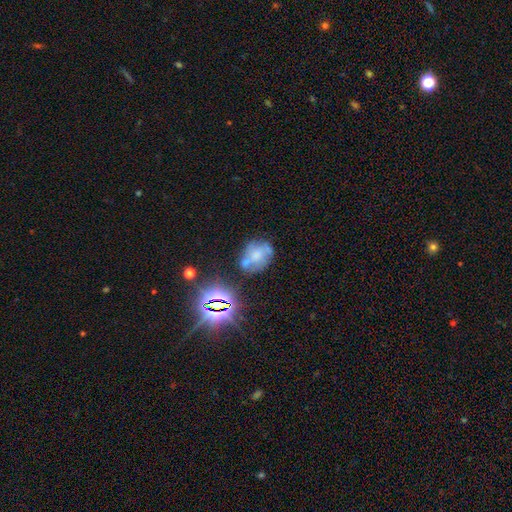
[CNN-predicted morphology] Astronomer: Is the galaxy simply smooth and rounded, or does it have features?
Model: featured or disk — 40% (runner-up: smooth, 38%).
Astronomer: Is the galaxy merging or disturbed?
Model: none — 46% (runner-up: merger, 21%).